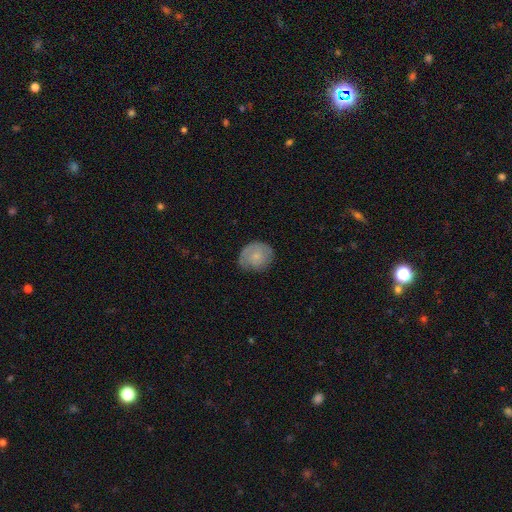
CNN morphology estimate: A smooth galaxy with no disk features (60%) that is round (72%). Merging: none (66%).